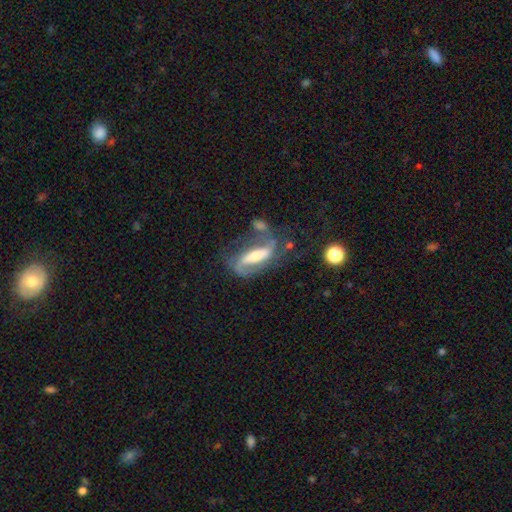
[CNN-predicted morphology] This appears to be a featured or disk galaxy (79%) with a strong bar (54%), 2 (83%) loose (43%) spiral arms (91%) and a moderate central bulge (51%). Merging: none (47%).